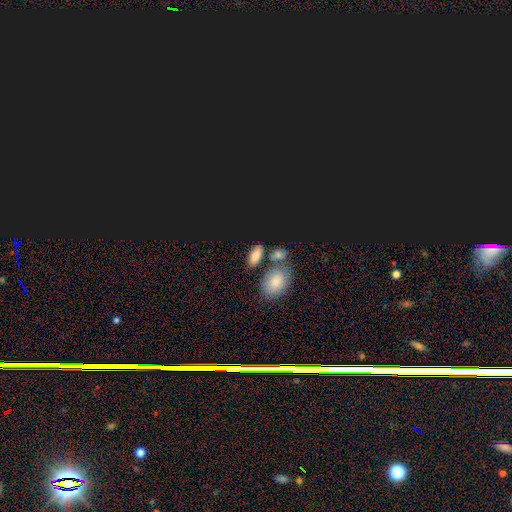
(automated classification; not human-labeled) This is likely a smooth galaxy (73%). How rounded: clearly in between (88%). Merging: likely none (68%).